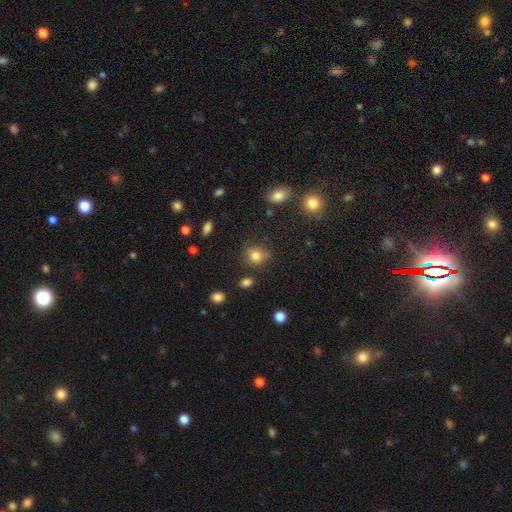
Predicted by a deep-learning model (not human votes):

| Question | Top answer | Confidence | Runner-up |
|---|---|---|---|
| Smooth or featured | smooth | 81% | star or artifact (12%) |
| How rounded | round | 67% | in between (31%) |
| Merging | none | 72% | minor disturbance (19%) |